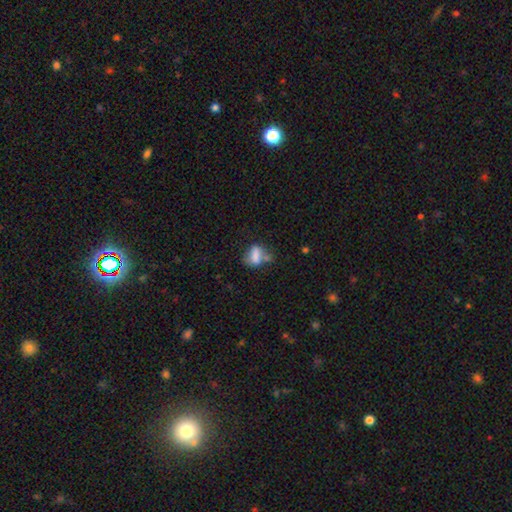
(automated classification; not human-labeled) Q: Smooth or featured?
A: smooth (67%); runner-up: featured or disk (22%)
Q: How rounded?
A: in between (69%); runner-up: round (18%)
Q: Merging?
A: none (42%); runner-up: minor disturbance (26%)